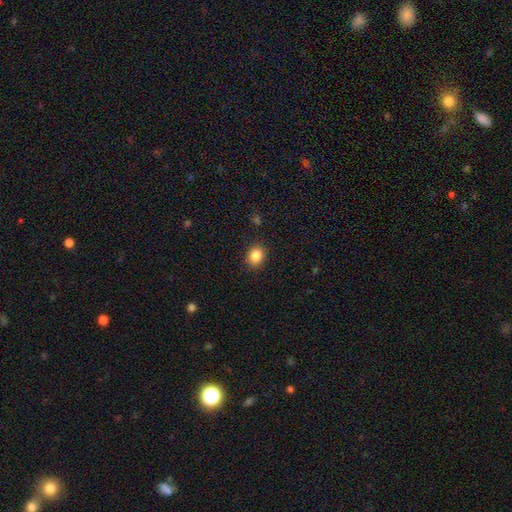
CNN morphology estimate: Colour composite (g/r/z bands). It shows a smooth galaxy with no disk features (86%) that is round (56%). Merging: none (88%).